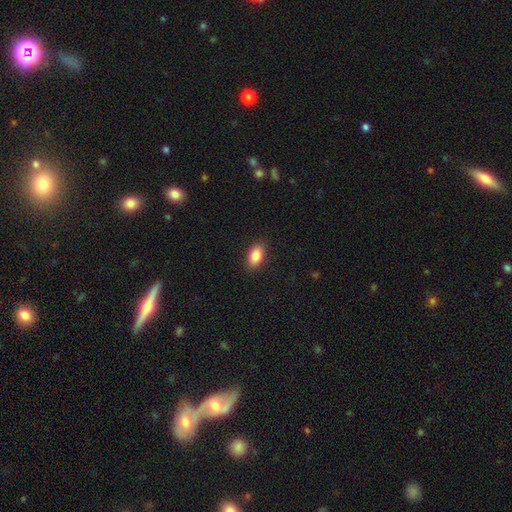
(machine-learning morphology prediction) This appears to be a smooth galaxy with no disk features (86%) that is in between round and cigar-shaped (91%). Merging: none (89%).